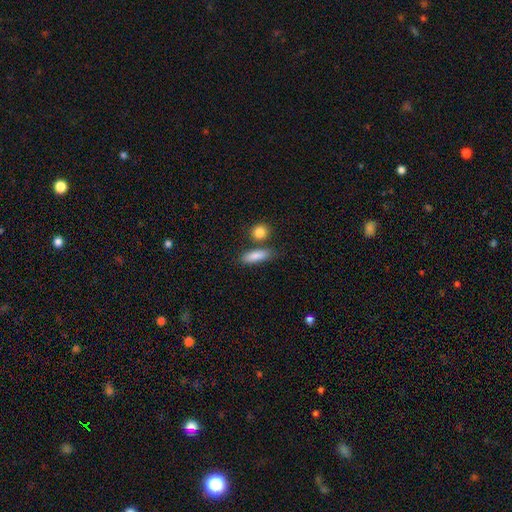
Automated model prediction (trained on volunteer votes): A smooth galaxy with no disk features (86%) that is in between round and cigar-shaped (56%).

Vote fractions:
- Smooth or featured? smooth: 86% / featured or disk: 8% / star or artifact: 7%
- How rounded? in between: 56% / cigar-shaped: 38% / round: 6%
- Merging? none: 70% / minor disturbance: 13% / merger: 13% / major disturbance: 4%